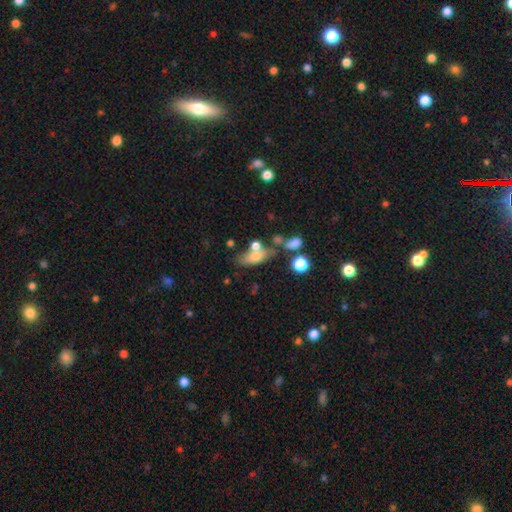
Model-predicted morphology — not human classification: Smooth or featured: smooth — 63% (featured or disk — 26%)
How rounded: in between — 69% (cigar-shaped — 23%)
Merging: none — 43% (merger — 29%)